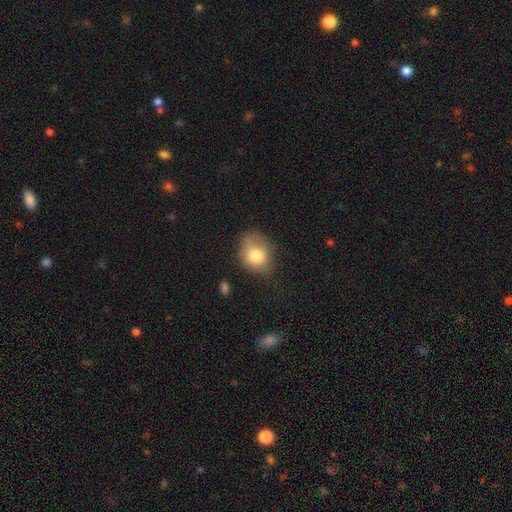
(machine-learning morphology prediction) A smooth galaxy with no disk features (77%) that is in between round and cigar-shaped (54%). Merging: none (46%).